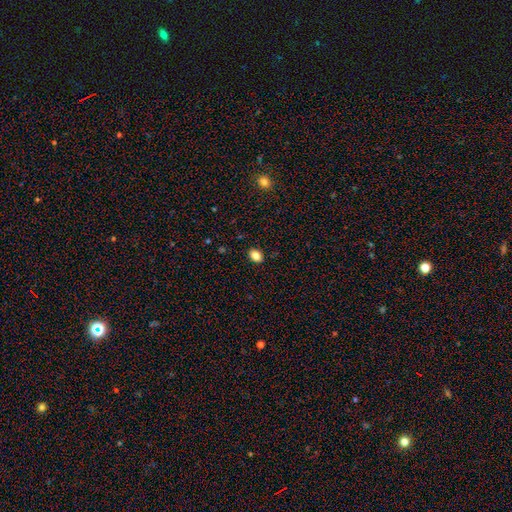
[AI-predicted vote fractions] smooth 85%, star or artifact 10%, featured or disk 5%. Down the decision tree: how rounded — in between (73%); merging — none (89%).